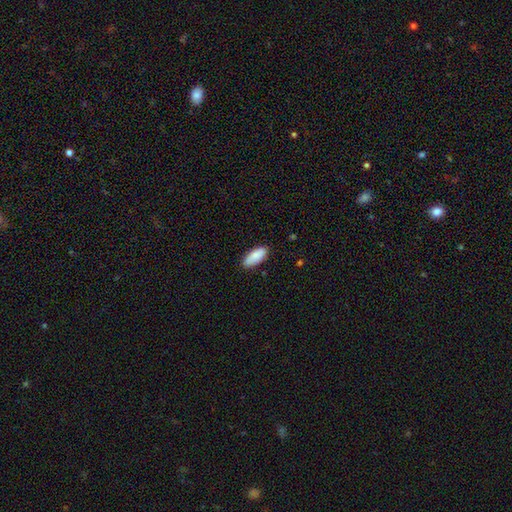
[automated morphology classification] Smooth or featured? smooth (86%)
How rounded? in between (85%)
Merging? none (83%)